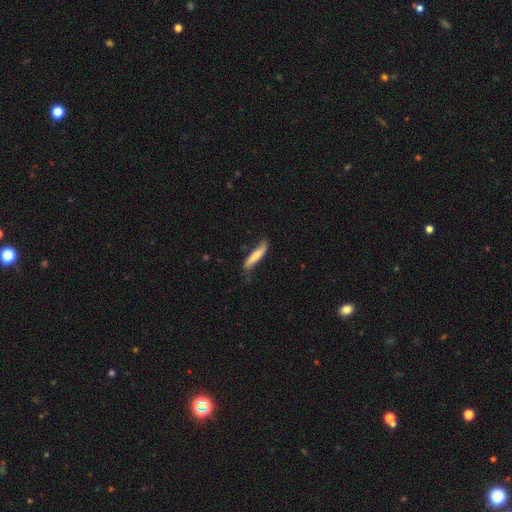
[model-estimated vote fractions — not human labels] Morphology: type=smooth (65%); roundness=cigar-shaped (85%); merging=none (59%).